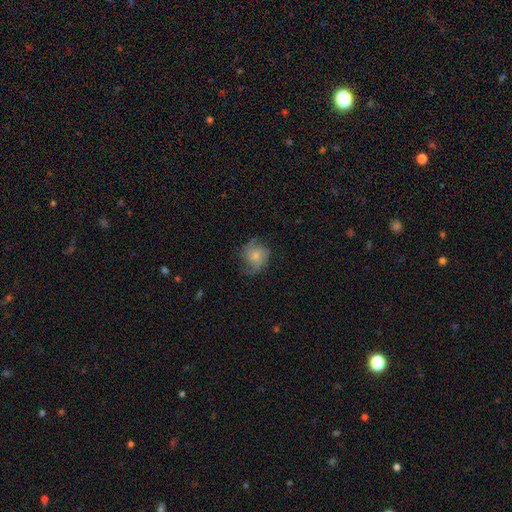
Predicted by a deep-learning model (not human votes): Q: Smooth or featured?
A: featured or disk (47%); runner-up: smooth (44%)
Q: Merging?
A: none (59%); runner-up: minor disturbance (25%)